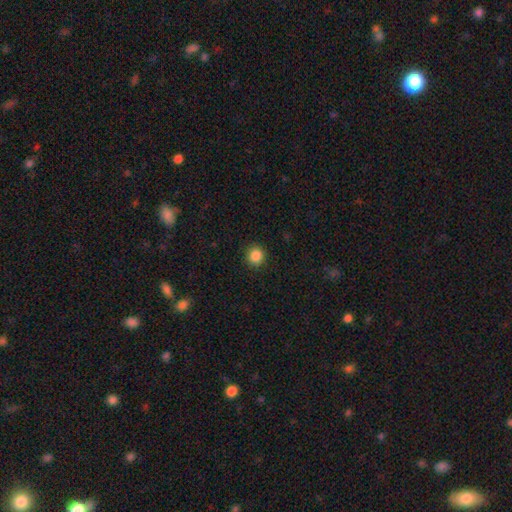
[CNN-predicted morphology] The model was most divided on "smooth or featured": smooth: 86%, star or artifact: 11%, featured or disk: 3%. More confident: how rounded — round (91%); merging — none (91%).